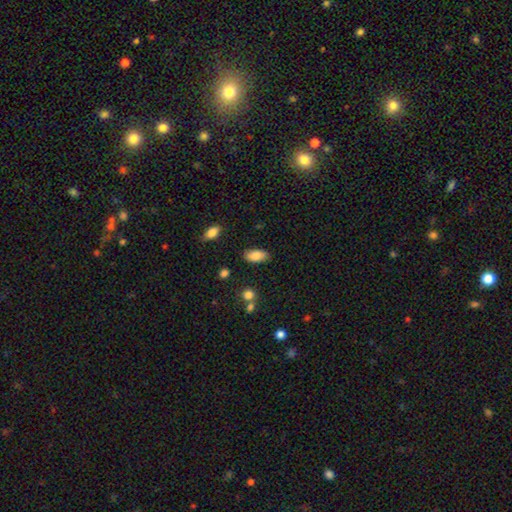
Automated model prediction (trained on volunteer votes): smooth_or_featured: smooth (p=0.84) [alt: featured or disk p=0.09]
how_rounded: in between (p=0.92) [alt: cigar-shaped p=0.05]
merging: none (p=0.84) [alt: minor disturbance p=0.12]